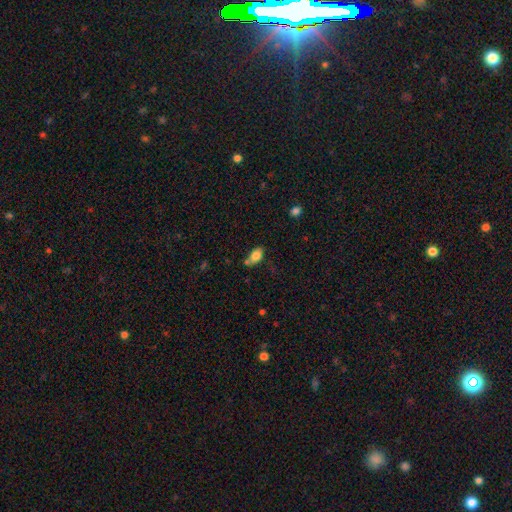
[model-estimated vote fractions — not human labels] A smooth galaxy with no disk features (80%) that is in between round and cigar-shaped (86%). Merging: none (52%).